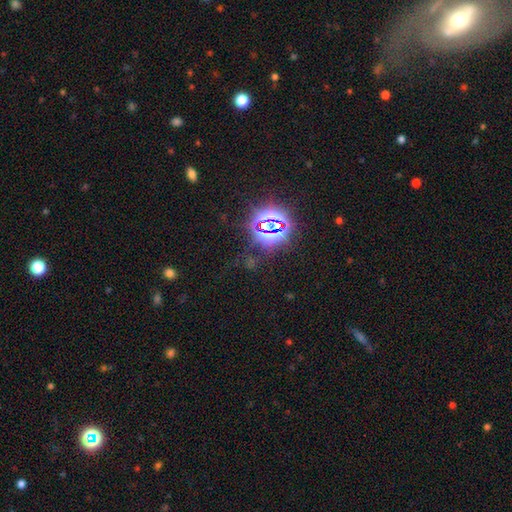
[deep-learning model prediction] Morphology: type=star or artifact (80%).